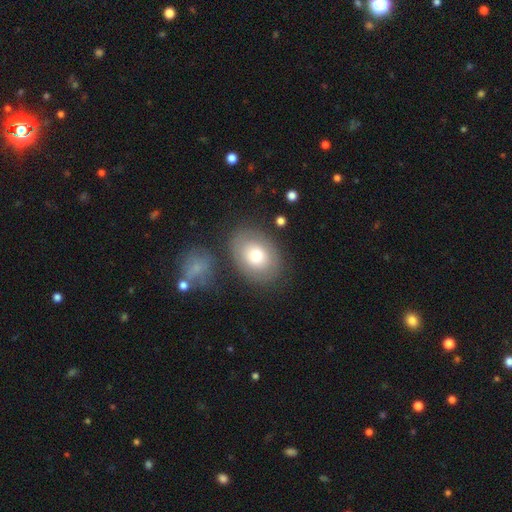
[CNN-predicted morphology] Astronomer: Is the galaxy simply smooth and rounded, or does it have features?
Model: smooth — 68%.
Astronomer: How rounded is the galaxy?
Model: in between — 68%.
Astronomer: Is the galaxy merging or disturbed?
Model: none — 76%.